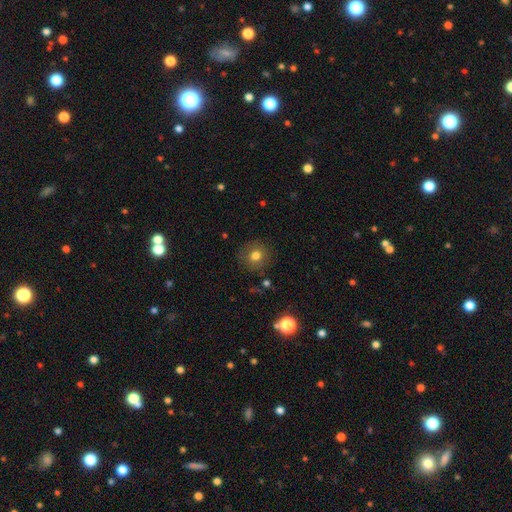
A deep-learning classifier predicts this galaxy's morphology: smooth 76%, star or artifact 13%, featured or disk 12%. Down the decision tree: how rounded — round (91%); merging — none (87%).